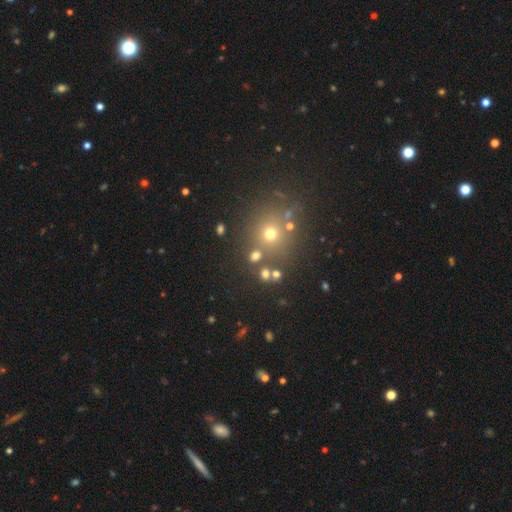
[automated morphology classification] Smooth or featured? smooth (65%)
How rounded? round (84%)
Merging? none (72%)